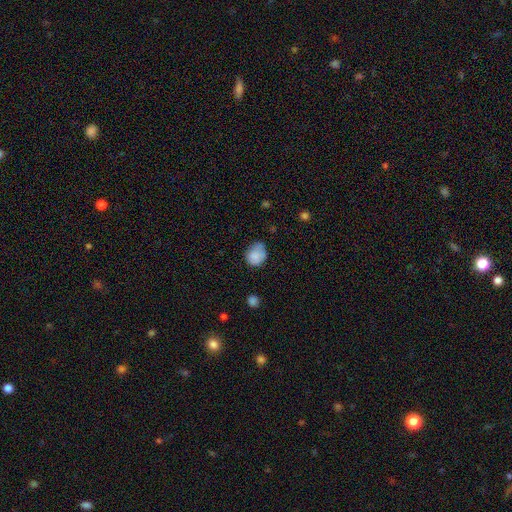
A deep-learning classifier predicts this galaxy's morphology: The model was most divided on "how rounded": round: 54%, in between: 45%, cigar-shaped: 1%. Remaining: smooth or featured — smooth (79%); merging — none (50%).